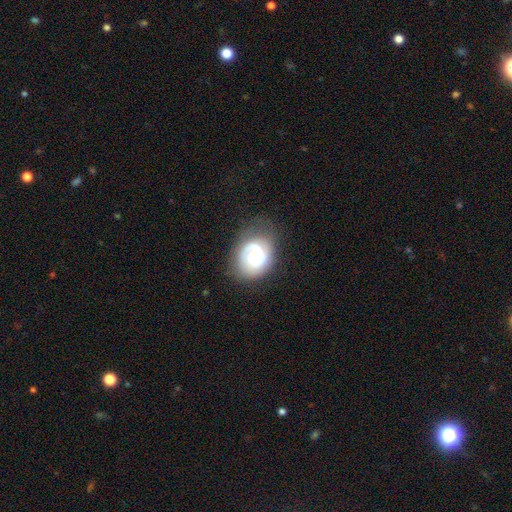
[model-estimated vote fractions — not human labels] Smooth or featured? featured or disk (64%)
Edge-on disk? no (97%)
Bar? no (67%)
Spiral arms? yes (80%)
Bulge size? small (45%)
Merging? none (59%)